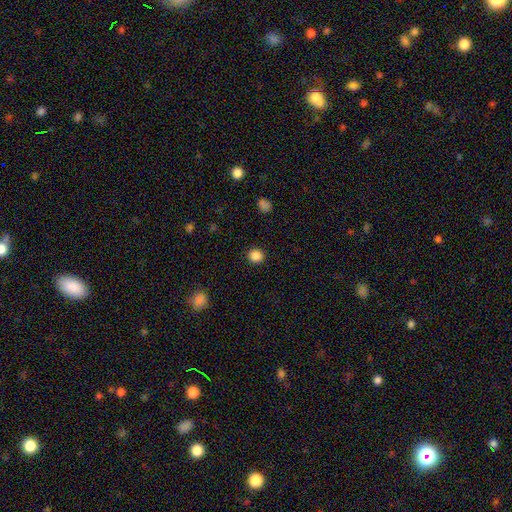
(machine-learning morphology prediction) Smooth or featured? Predicted: smooth (p=0.86). How rounded? Predicted: round (p=0.91). Merging? Predicted: none (p=0.92).